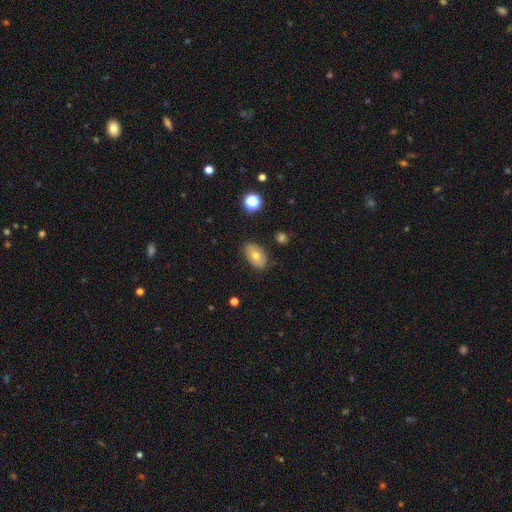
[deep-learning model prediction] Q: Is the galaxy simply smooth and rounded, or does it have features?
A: smooth — 65%.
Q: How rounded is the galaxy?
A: in between — 88%.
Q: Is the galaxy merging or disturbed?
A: none — 83%.